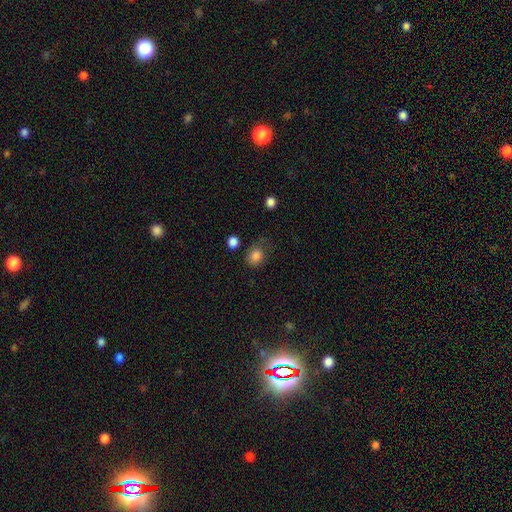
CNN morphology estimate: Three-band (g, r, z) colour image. It shows a smooth galaxy with no disk features (84%) that is round (56%). Merging: none (57%).